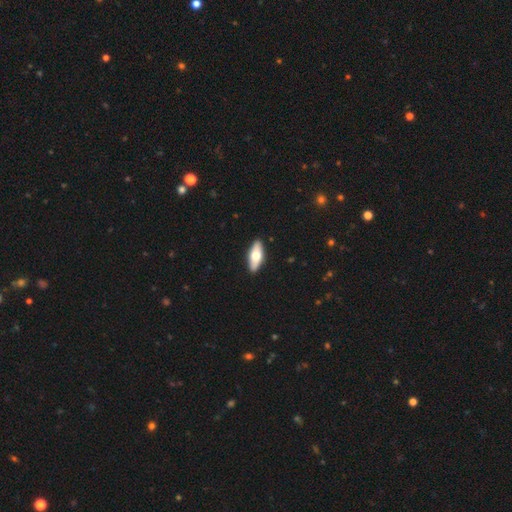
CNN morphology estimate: Q: Smooth or featured?
A: smooth (58%); runner-up: featured or disk (37%)
Q: How rounded?
A: in between (70%); runner-up: cigar-shaped (27%)
Q: Merging?
A: none (90%); runner-up: minor disturbance (7%)